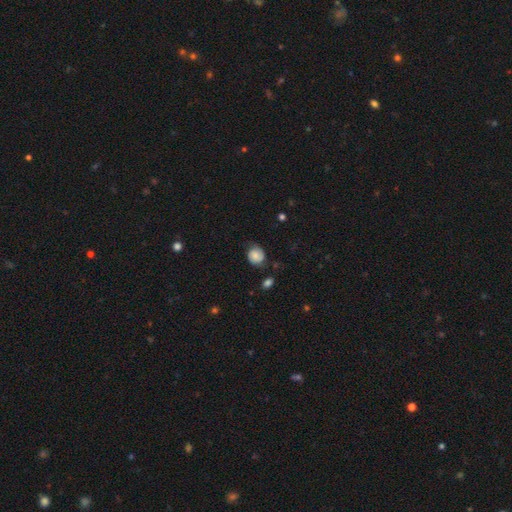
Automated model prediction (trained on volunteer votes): smooth_or_featured: smooth (p=0.67) [alt: featured or disk p=0.24]
how_rounded: round (p=0.72) [alt: in between p=0.27]
merging: none (p=0.58) [alt: minor disturbance p=0.30]